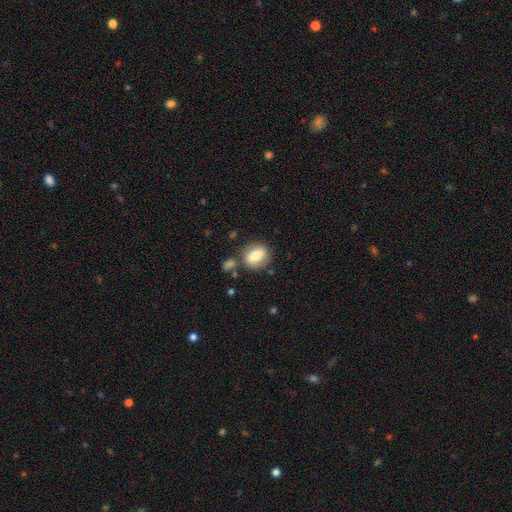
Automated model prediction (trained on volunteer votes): smooth_or_featured: smooth (p=0.69) [alt: featured or disk p=0.23]
how_rounded: round (p=0.61) [alt: in between p=0.37]
merging: none (p=0.74) [alt: minor disturbance p=0.13]